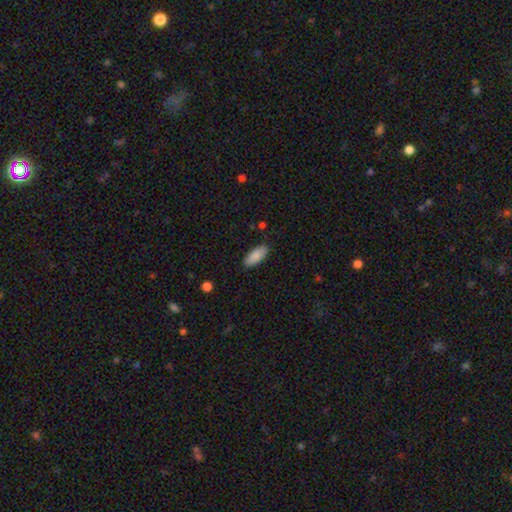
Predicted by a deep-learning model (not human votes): Morphology: type=smooth (88%); roundness=in between (83%); merging=none (87%).